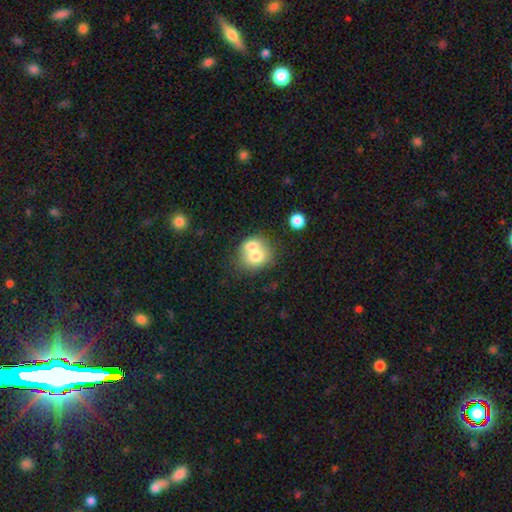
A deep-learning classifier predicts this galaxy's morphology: Smooth or featured?
  - smooth: 69% *
  - featured or disk: 22%
  - star or artifact: 9%
How rounded?
  - round: 67% *
  - in between: 32%
  - cigar-shaped: 1%
Merging?
  - merger: 61% *
  - none: 28%
  - minor disturbance: 7%
  - major disturbance: 3%